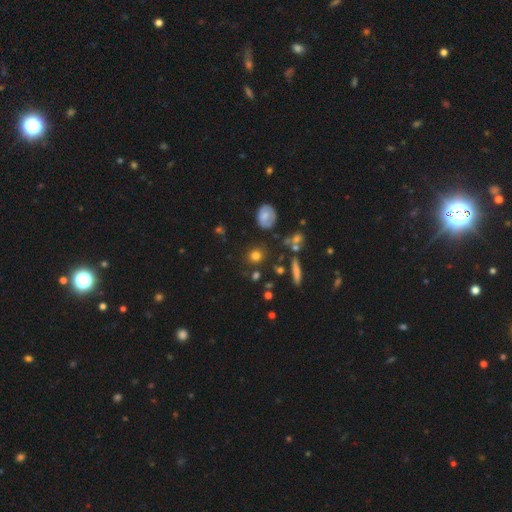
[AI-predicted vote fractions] smooth-or-featured: smooth: 77% | star or artifact: 14% | featured or disk: 8%
  how-rounded: round: 85% | in between: 13% | cigar-shaped: 2%
  merging: none: 80% | minor disturbance: 10% | merger: 6% | major disturbance: 4%